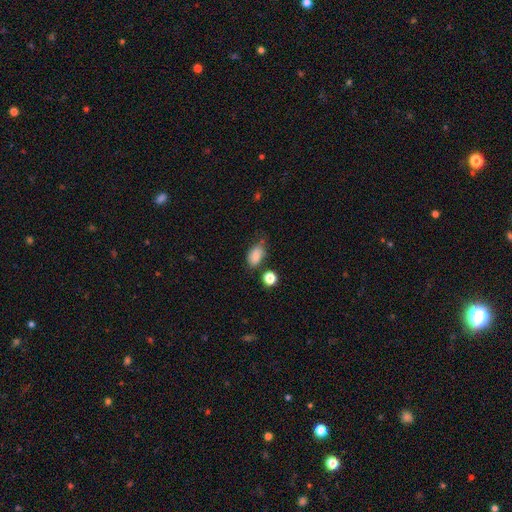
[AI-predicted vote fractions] Smooth or featured: smooth — 82% (star or artifact — 9%)
How rounded: in between — 85% (round — 12%)
Merging: none — 52% (minor disturbance — 32%)